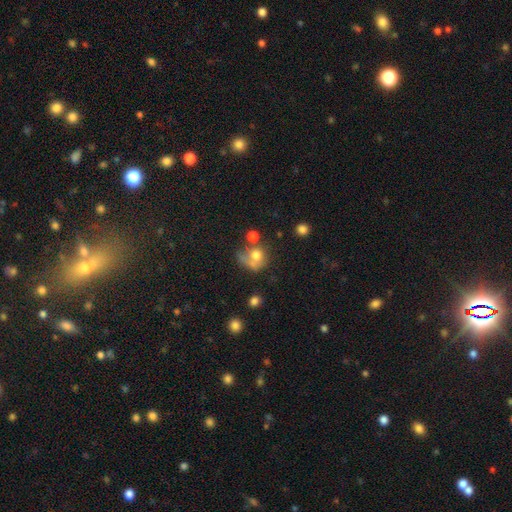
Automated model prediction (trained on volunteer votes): Overall: smooth (66%). How rounded: round (68%; in between 31%). Merging: none (28%, tied with major disturbance).